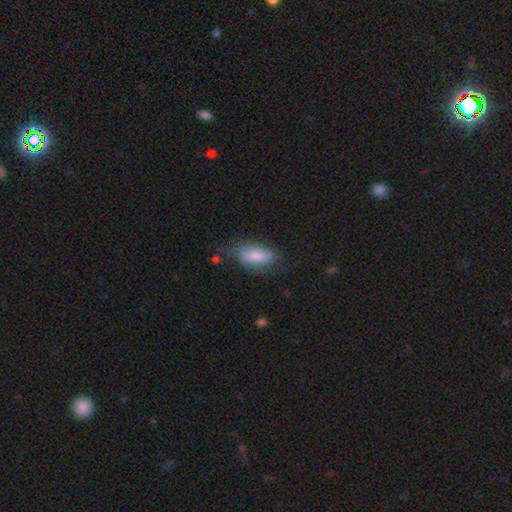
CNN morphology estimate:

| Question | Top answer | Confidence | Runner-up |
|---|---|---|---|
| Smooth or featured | smooth | 66% | featured or disk (27%) |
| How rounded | in between | 79% | cigar-shaped (18%) |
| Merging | none | 62% | minor disturbance (26%) |